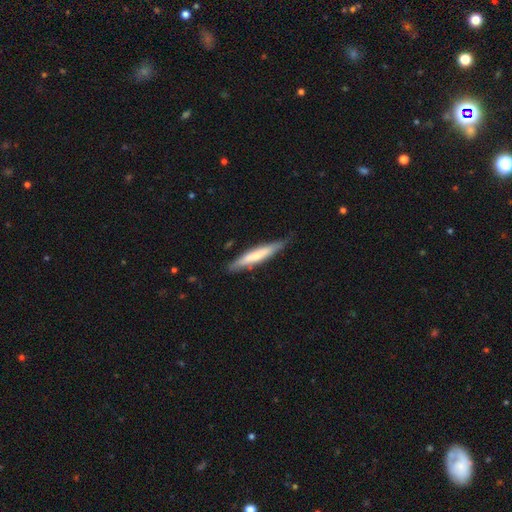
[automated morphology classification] A smooth galaxy with no disk features (60%) that is cigar-shaped (91%). Merging: none (80%).